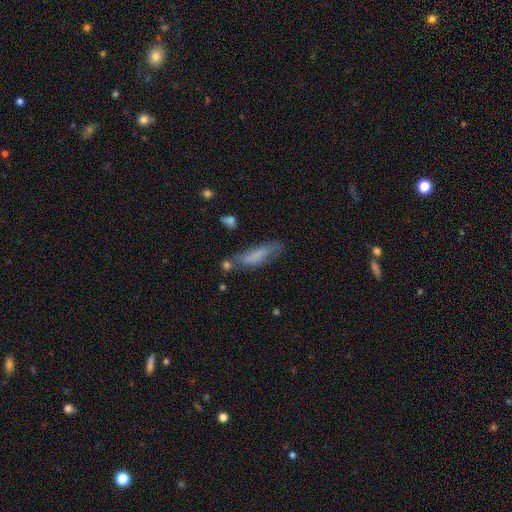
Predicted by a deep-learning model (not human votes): Smooth or featured?
  - smooth: 65% *
  - featured or disk: 26%
  - star or artifact: 9%
How rounded?
  - cigar-shaped: 68% *
  - in between: 30%
  - round: 2%
Merging?
  - none: 55% *
  - minor disturbance: 26%
  - major disturbance: 10%
  - merger: 9%